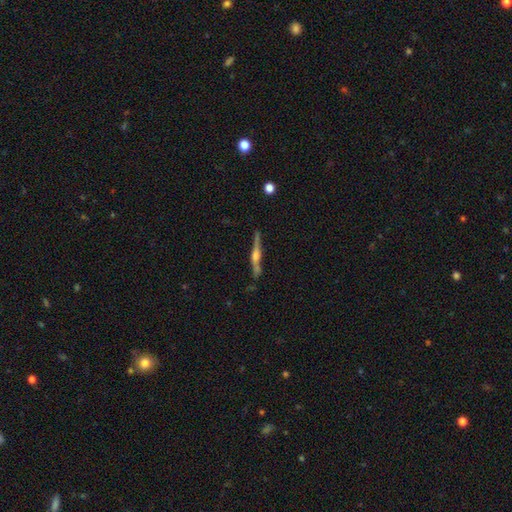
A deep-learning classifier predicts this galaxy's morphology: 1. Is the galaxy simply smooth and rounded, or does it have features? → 82% featured or disk, 13% smooth, 6% star or artifact.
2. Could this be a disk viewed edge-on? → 98% yes, 2% no.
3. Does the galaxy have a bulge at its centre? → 85% rounded, 10% boxy, 5% none.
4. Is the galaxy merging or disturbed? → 87% none, 9% minor disturbance, 2% major disturbance, 2% merger.